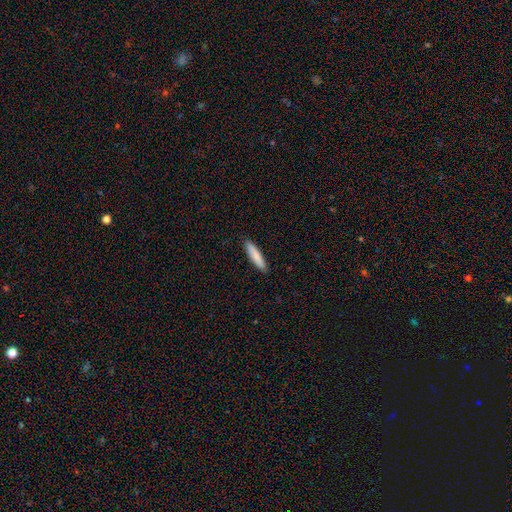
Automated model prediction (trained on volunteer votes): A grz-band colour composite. It shows a smooth galaxy with no disk features (85%) that is cigar-shaped (83%). Merging: none (91%).